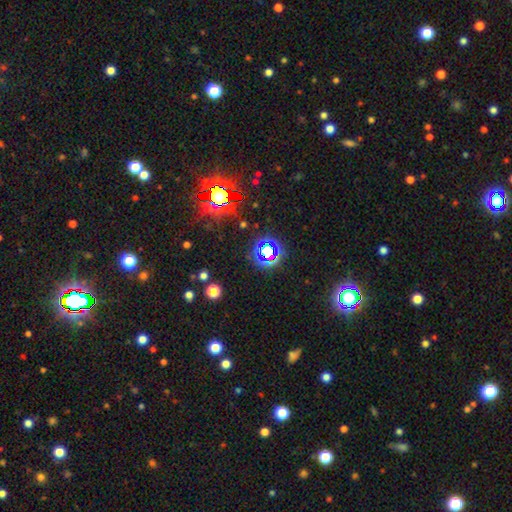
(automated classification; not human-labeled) smooth-or-featured: star or artifact: 76% | smooth: 16% | featured or disk: 9%